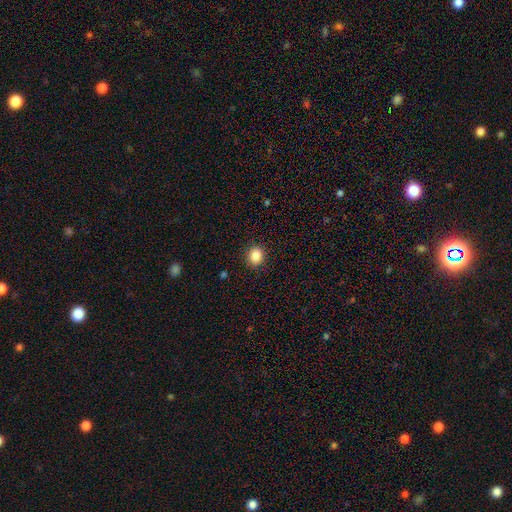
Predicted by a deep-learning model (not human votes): smooth-or-featured: smooth: 86% | star or artifact: 10% | featured or disk: 4%
  how-rounded: round: 68% | in between: 31% | cigar-shaped: 1%
  merging: none: 90% | minor disturbance: 7% | major disturbance: 2% | merger: 1%